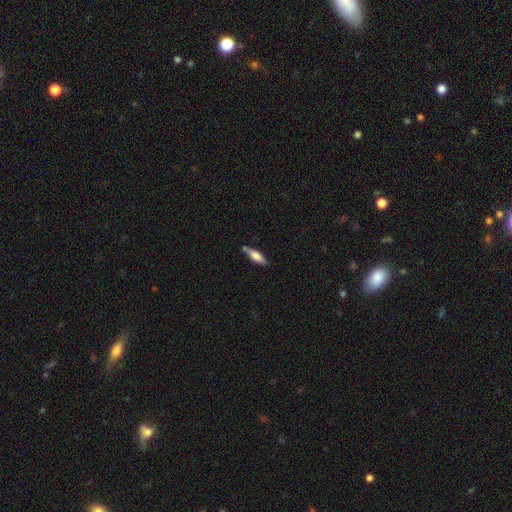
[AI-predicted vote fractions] A smooth galaxy with no disk features (64%) that is cigar-shaped (53%).

Vote fractions:
- Smooth or featured? smooth: 64% / featured or disk: 29% / star or artifact: 6%
- How rounded? cigar-shaped: 53% / in between: 45% / round: 2%
- Merging? none: 73% / minor disturbance: 18% / merger: 5% / major disturbance: 4%